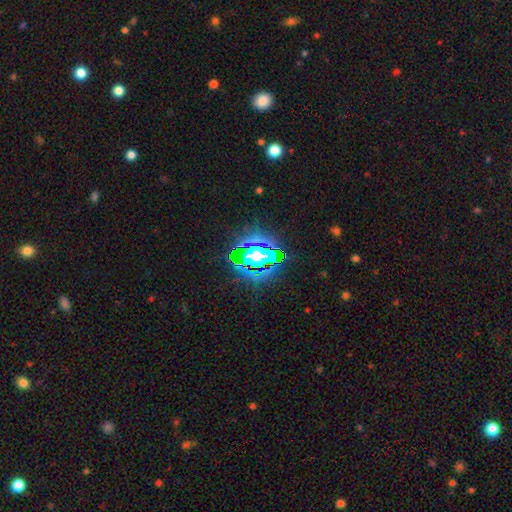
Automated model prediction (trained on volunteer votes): A star or artifact, not a galaxy (53%).